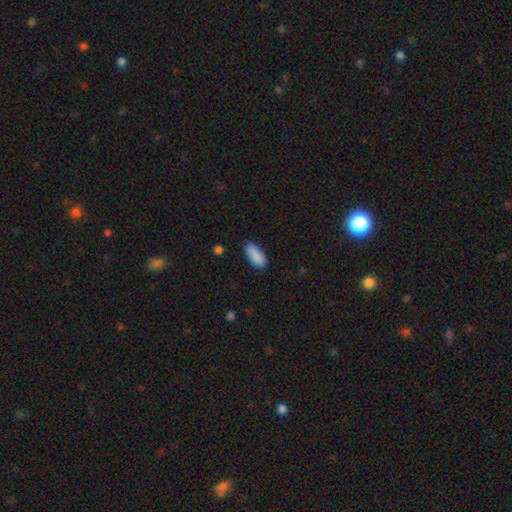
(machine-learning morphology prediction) Q: Smooth or featured?
A: smooth (89%); runner-up: star or artifact (7%)
Q: How rounded?
A: in between (88%); runner-up: cigar-shaped (10%)
Q: Merging?
A: none (79%); runner-up: minor disturbance (17%)